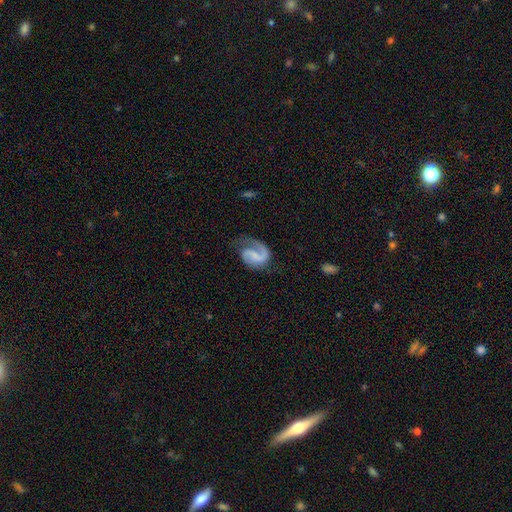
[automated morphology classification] Smooth or featured? featured or disk (82%)
Edge-on disk? no (98%)
Bar? weak (45%)
Spiral arms? yes (96%)
Spiral winding? medium (47%)
Spiral arm count? 2 (58%)
Bulge size? none (56%)
Merging? none (57%)